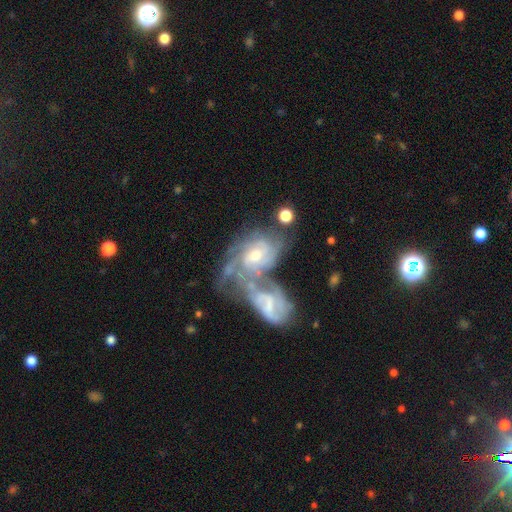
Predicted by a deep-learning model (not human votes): Q: Smooth or featured?
A: featured or disk (82%); runner-up: smooth (11%)
Q: Edge-on disk?
A: no (96%); runner-up: yes (4%)
Q: Bar?
A: no (55%); runner-up: weak (34%)
Q: Spiral arms?
A: yes (89%); runner-up: no (11%)
Q: Spiral winding?
A: tight (54%); runner-up: medium (34%)
Q: Spiral arm count?
A: can't tell (44%); runner-up: 2 (22%)
Q: Bulge size?
A: moderate (50%); runner-up: small (40%)
Q: Merging?
A: merger (66%); runner-up: none (14%)